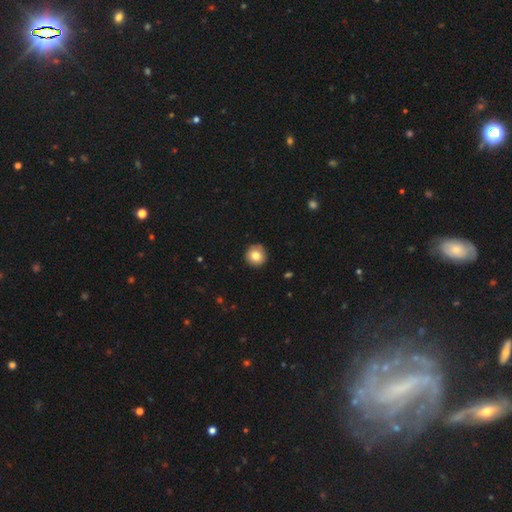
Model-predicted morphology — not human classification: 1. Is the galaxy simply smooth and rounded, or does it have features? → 81% smooth, 10% featured or disk, 9% star or artifact.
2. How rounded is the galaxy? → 95% round, 4% in between, 1% cigar-shaped.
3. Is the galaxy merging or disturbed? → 89% none, 8% minor disturbance, 2% major disturbance, 1% merger.